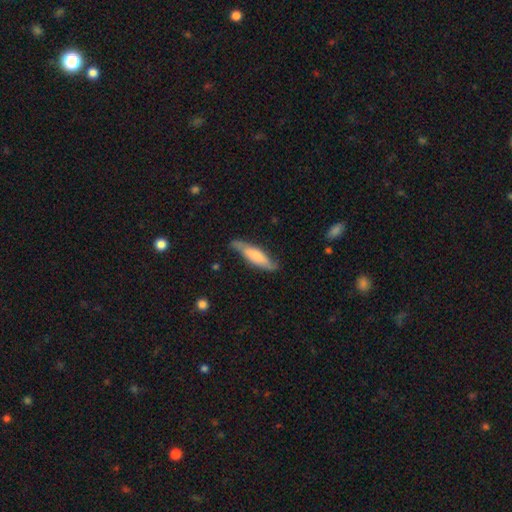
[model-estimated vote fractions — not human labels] Smooth or featured? Predicted: smooth (p=0.59). How rounded? Predicted: cigar-shaped (p=0.72). Merging? Predicted: none (p=0.69).